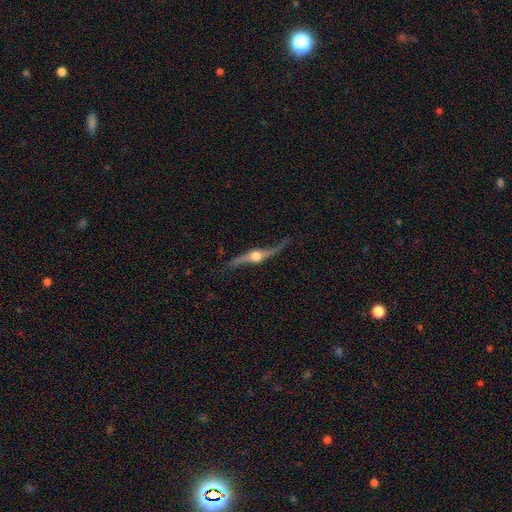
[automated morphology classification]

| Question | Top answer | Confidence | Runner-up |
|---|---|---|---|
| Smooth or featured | featured or disk | 85% | smooth (10%) |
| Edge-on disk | yes | 86% | no (14%) |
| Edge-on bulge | rounded | 95% | boxy (3%) |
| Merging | none | 72% | minor disturbance (18%) |